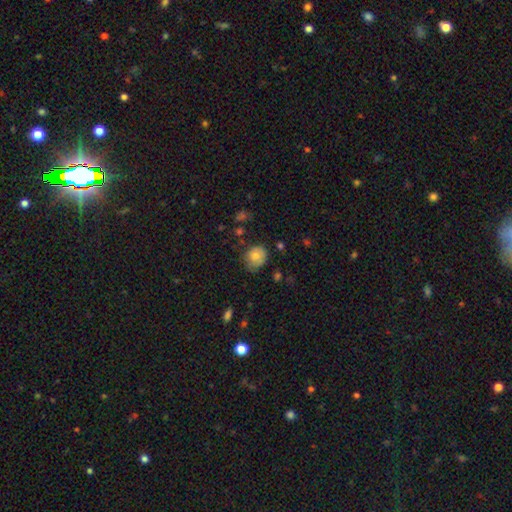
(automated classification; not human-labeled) This appears to be a smooth galaxy with no disk features (74%) that is round (69%). Merging: none (61%).